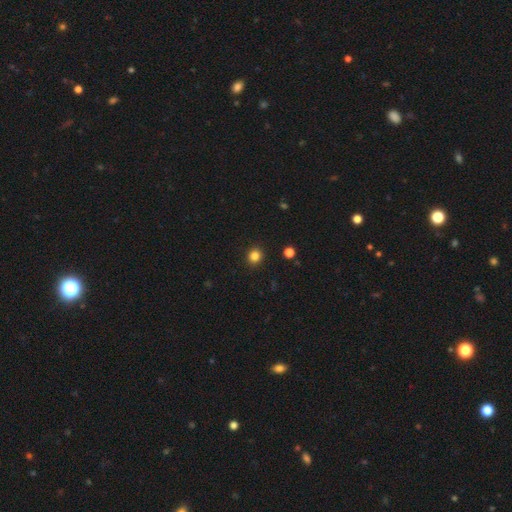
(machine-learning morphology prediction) Overall: smooth (83%). How rounded: round (88%). Merging: none (92%).